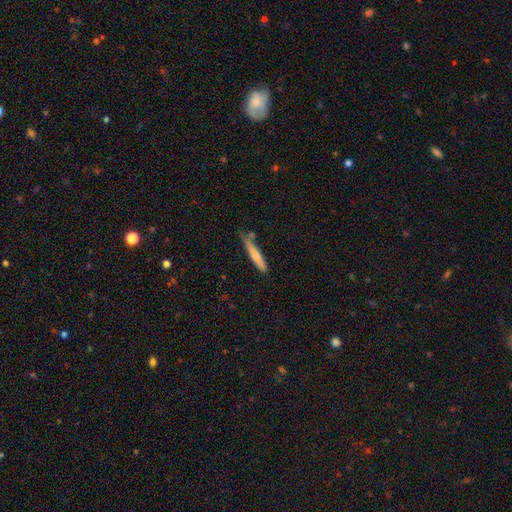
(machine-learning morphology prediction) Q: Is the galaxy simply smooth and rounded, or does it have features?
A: smooth — 69%.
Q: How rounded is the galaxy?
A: cigar-shaped — 93%.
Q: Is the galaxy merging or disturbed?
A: none — 65%.